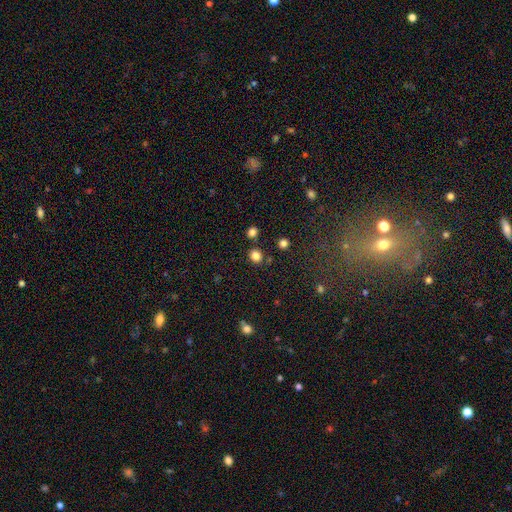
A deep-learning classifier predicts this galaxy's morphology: Q: Smooth or featured?
A: smooth (82%); runner-up: star or artifact (14%)
Q: How rounded?
A: round (78%); runner-up: in between (21%)
Q: Merging?
A: none (81%); runner-up: minor disturbance (8%)